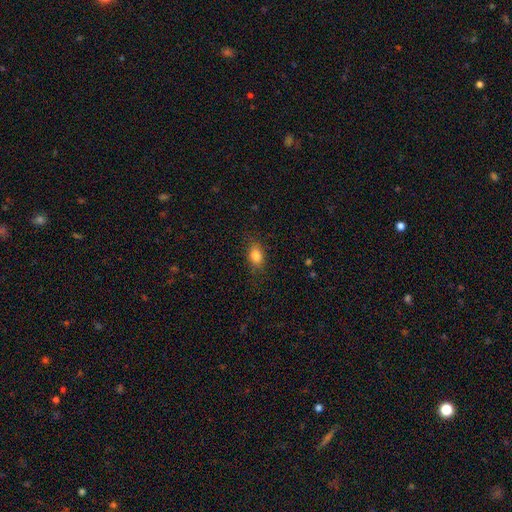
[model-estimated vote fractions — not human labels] This appears to be a smooth galaxy with no disk features (82%) that is in between round and cigar-shaped (76%). Merging: none (79%).